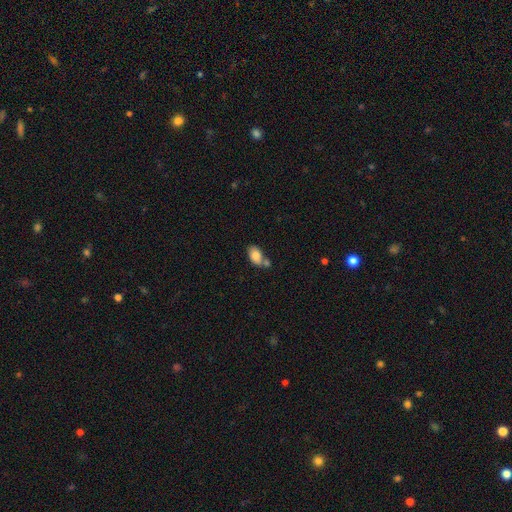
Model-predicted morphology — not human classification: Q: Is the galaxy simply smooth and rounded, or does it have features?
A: smooth — 82%.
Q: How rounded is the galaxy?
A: in between — 90%.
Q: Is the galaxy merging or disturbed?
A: none — 43%.